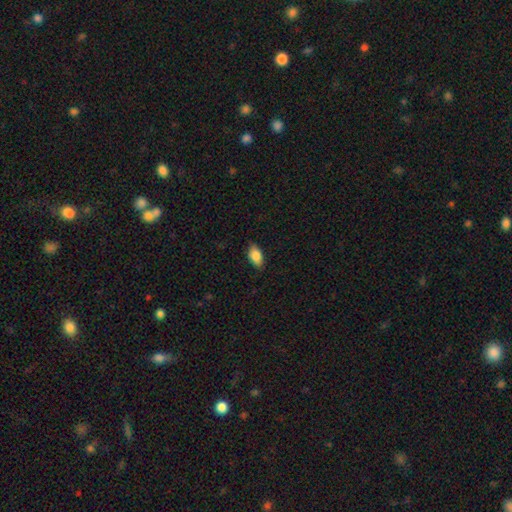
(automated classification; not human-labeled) Morphology: type=smooth (85%); roundness=in between (91%); merging=none (84%).